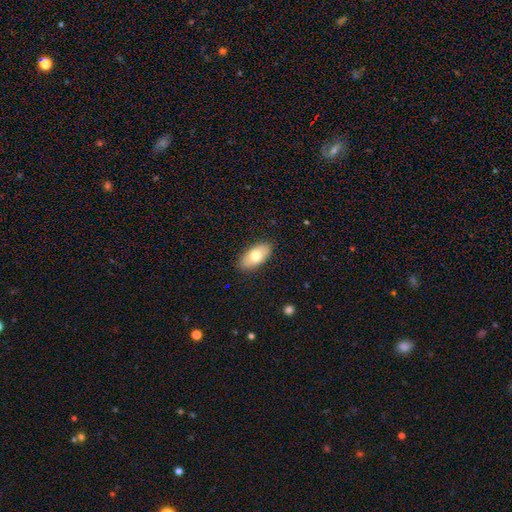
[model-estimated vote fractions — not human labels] Morphology: type=smooth (74%); roundness=in between (93%); merging=none (88%).